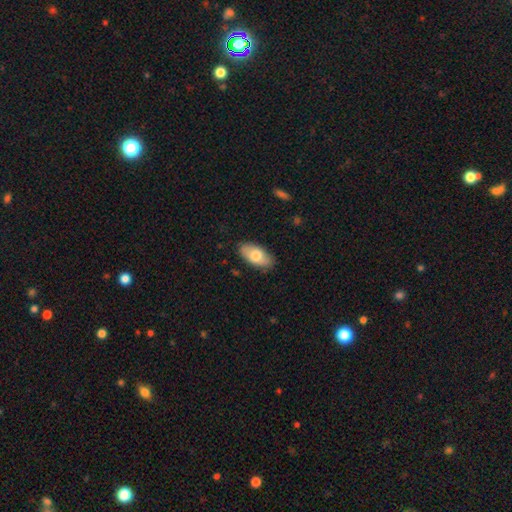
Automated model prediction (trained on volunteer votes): Smooth or featured?
  - smooth: 74% *
  - featured or disk: 20%
  - star or artifact: 6%
How rounded?
  - in between: 93% *
  - cigar-shaped: 5%
  - round: 3%
Merging?
  - none: 86% *
  - minor disturbance: 11%
  - major disturbance: 2%
  - merger: 1%